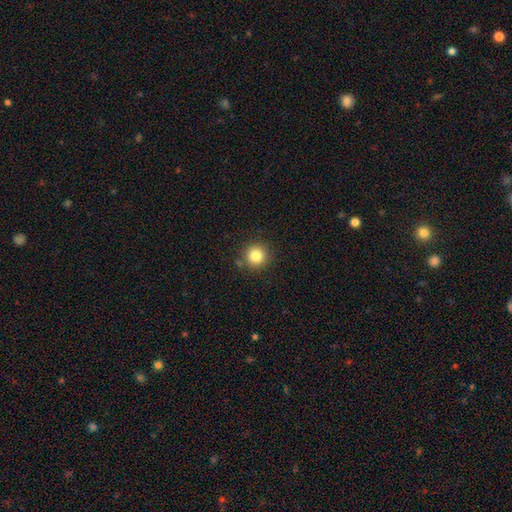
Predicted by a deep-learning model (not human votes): A smooth galaxy with no disk features (83%) that is round (94%). Merging: none (87%).